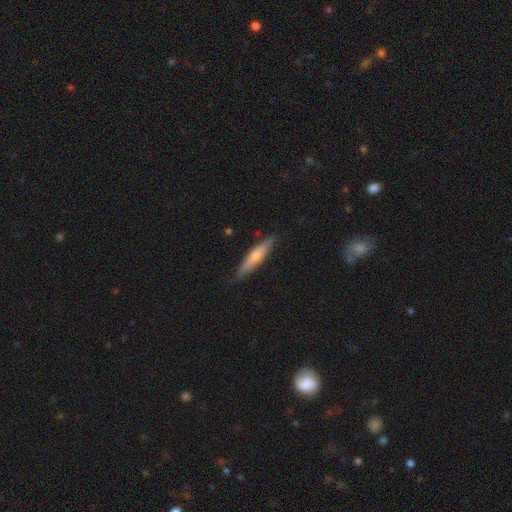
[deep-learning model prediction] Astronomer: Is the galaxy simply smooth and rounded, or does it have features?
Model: featured or disk — 51% (runner-up: smooth, 42%).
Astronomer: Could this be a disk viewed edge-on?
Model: yes — 94%.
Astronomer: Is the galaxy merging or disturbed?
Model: none — 87%.